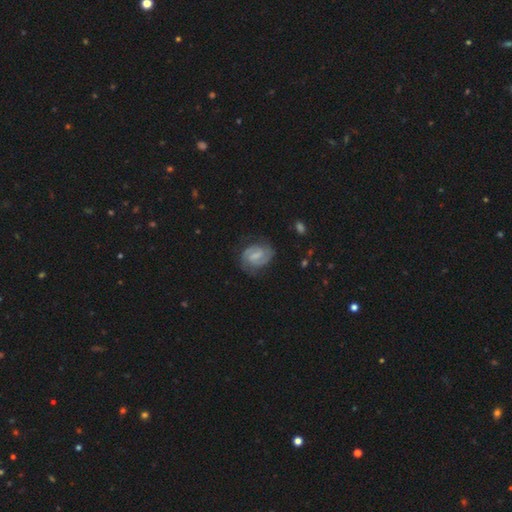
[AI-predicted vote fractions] A featured or disk galaxy (78%) with a weak bar (57%), 2 (85%) medium (46%) spiral arms (95%) and a small central bulge (40%). Merging: none (74%).